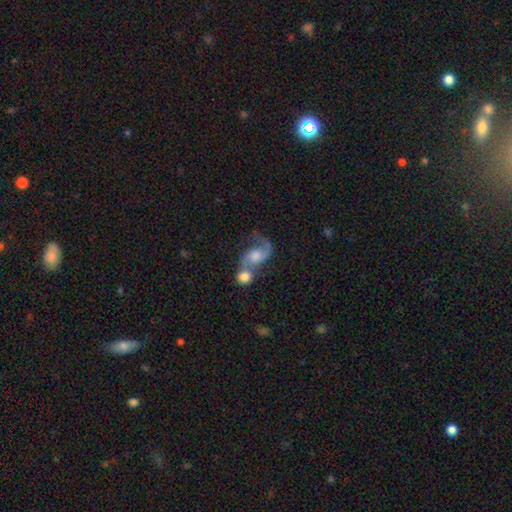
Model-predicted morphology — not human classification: featured or disk 76%, smooth 17%, star or artifact 7%. Down the decision tree: edge-on disk — no (97%); bar — no (61%); spiral arms — yes (93%); spiral arm count — 2 (80%); spiral winding — loose (55%); bulge size — moderate (48%); merging — merger (57%).